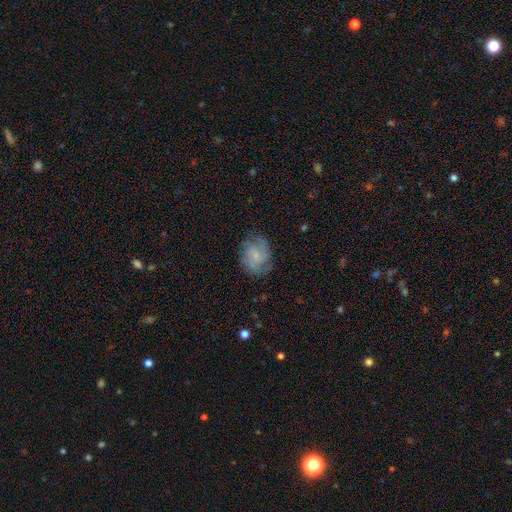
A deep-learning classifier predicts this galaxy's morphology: Overall: featured or disk (69%). Edge-on disk: no (98%). Bar: no (69%). Spiral arms: yes (92%). Spiral arm count: 2 (42%; can't tell 24%). Spiral winding: medium (43%, tied with tight). Bulge size: small (74%). Merging: none (73%).